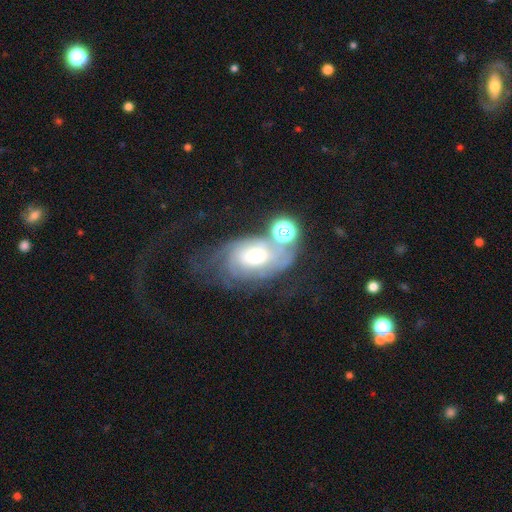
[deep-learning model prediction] Morphology: type=featured or disk (70%); edge-on=no (95%); bar=no (68%); spiral arms=yes (85%); winding=tight (53%); arm count=can't tell (48%); bulge=moderate (60%); merging=none (36%).